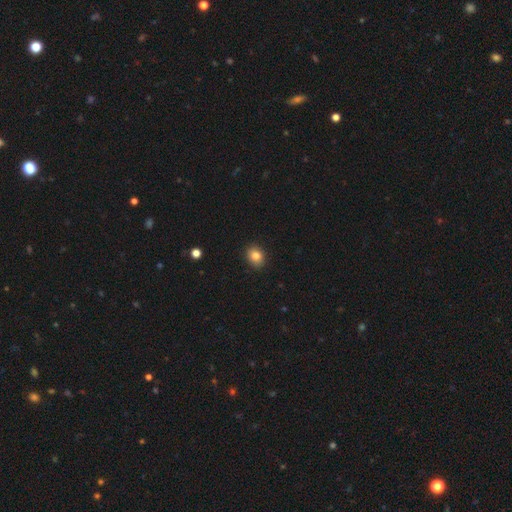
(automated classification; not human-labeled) smooth_or_featured: smooth (p=0.83) [alt: star or artifact p=0.10]
how_rounded: round (p=0.59) [alt: in between p=0.40]
merging: none (p=0.90) [alt: minor disturbance p=0.07]